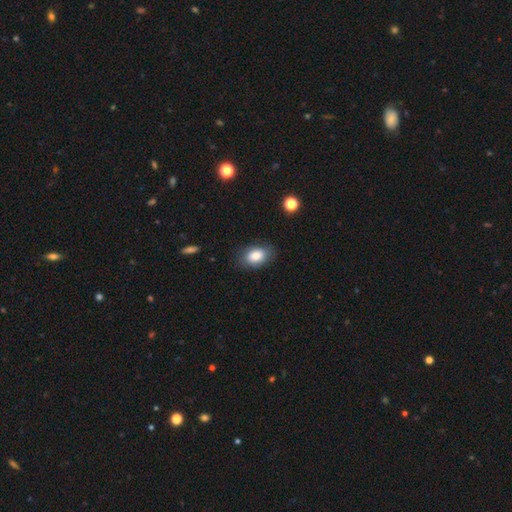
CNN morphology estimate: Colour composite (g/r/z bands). It shows a smooth galaxy with no disk features (83%) that is in between round and cigar-shaped (86%). Merging: none (80%).